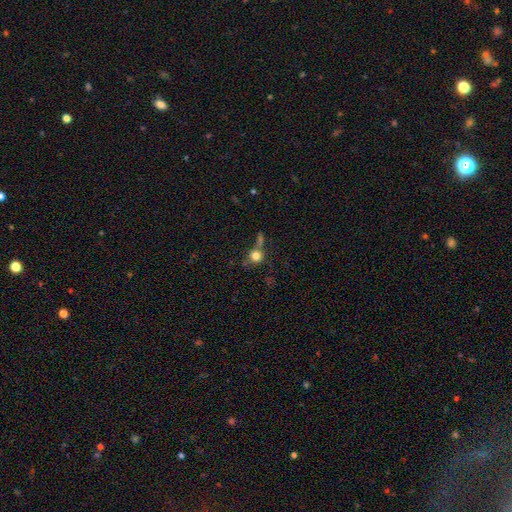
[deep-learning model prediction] This is likely a smooth galaxy (78%). How rounded: clearly round (89%). Merging: possibly none (55%).